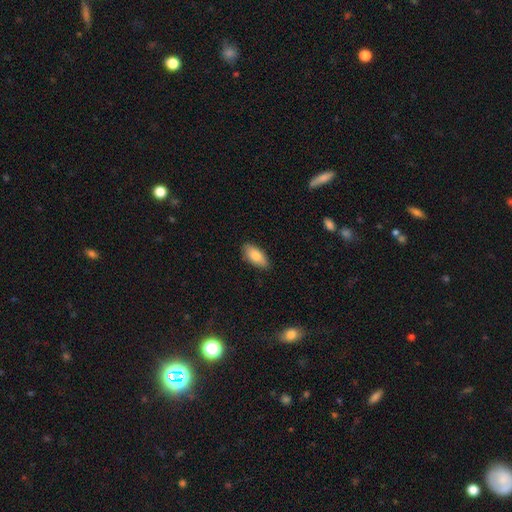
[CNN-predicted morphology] Smooth or featured? smooth (84%)
How rounded? in between (89%)
Merging? none (87%)